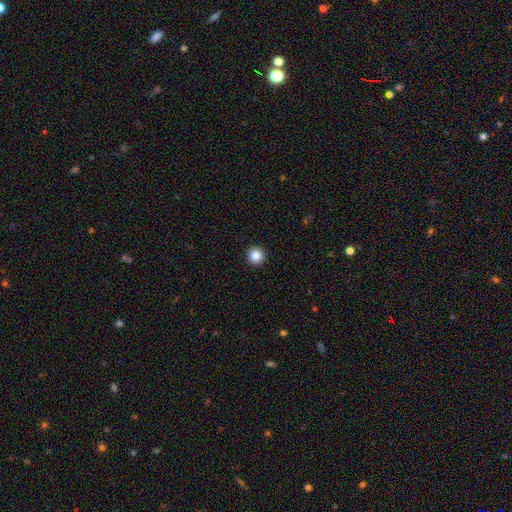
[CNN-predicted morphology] This is clearly a smooth galaxy (85%). How rounded: clearly round (96%). Merging: clearly none (94%).